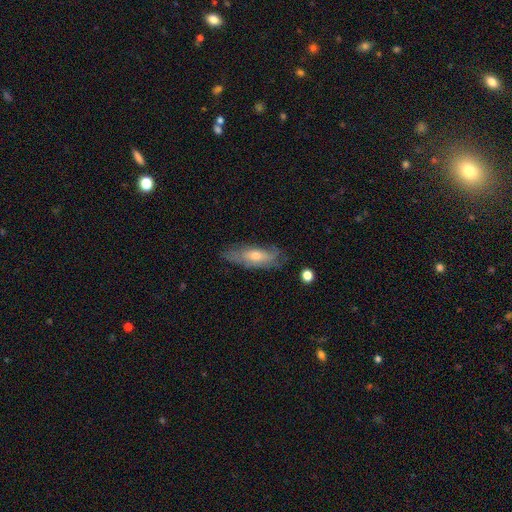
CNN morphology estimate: featured or disk 50%, smooth 43%, star or artifact 7%. Down the decision tree: merging — none (67%).